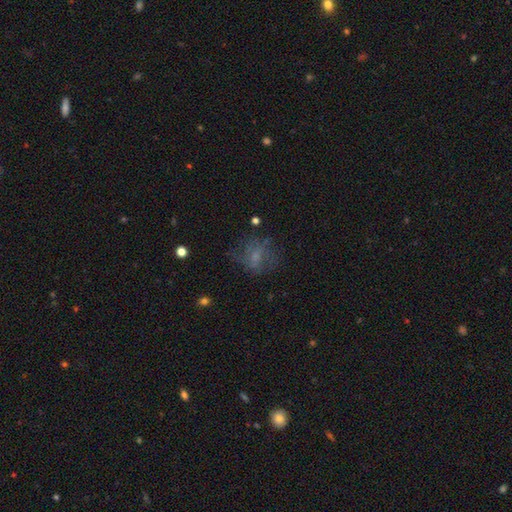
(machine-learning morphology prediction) This is possibly a smooth galaxy (52%). How rounded: possibly round (53%). Merging: possibly none (53%).